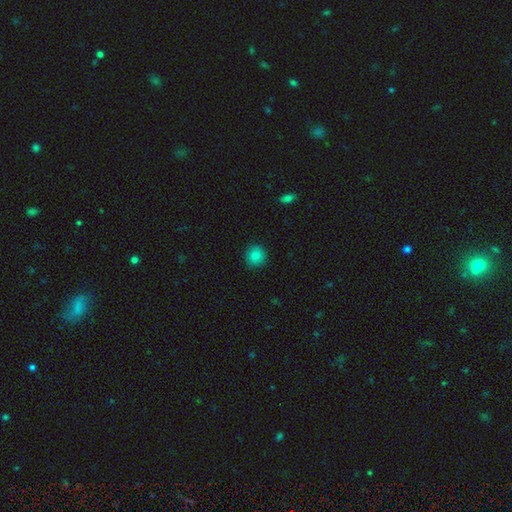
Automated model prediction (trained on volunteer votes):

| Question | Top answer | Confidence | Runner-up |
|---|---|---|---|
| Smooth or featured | smooth | 83% | star or artifact (10%) |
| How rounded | round | 93% | in between (6%) |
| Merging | none | 91% | minor disturbance (7%) |